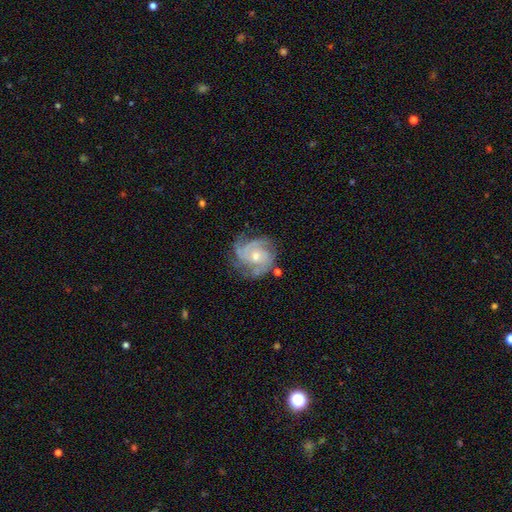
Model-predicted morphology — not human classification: A featured or disk galaxy (86%) with no bar (72%), 3 (41%) tight (58%) spiral arms (97%) and a moderate central bulge (55%). Merging: none (71%).